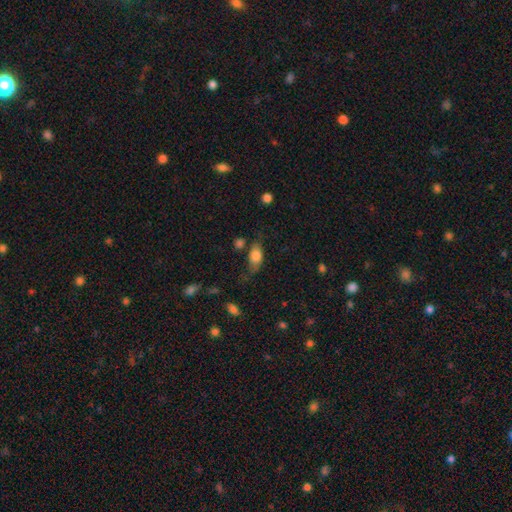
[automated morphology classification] The model was most divided on "merging": none: 50%, minor disturbance: 29%, major disturbance: 16%, merger: 5%. More confident: how rounded — in between (85%); smooth or featured — smooth (75%).